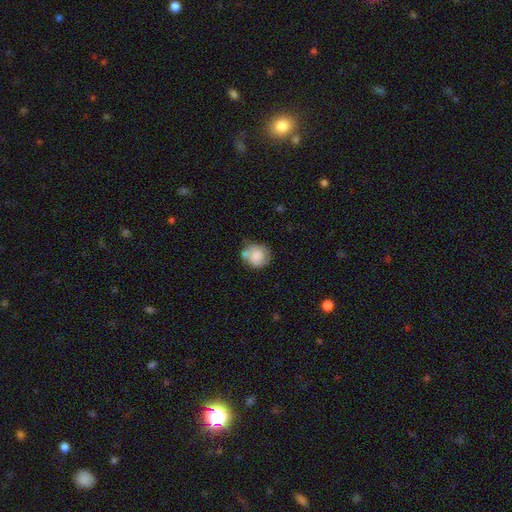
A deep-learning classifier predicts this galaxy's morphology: Q: Smooth or featured?
A: smooth (77%); runner-up: featured or disk (16%)
Q: How rounded?
A: round (84%); runner-up: in between (15%)
Q: Merging?
A: none (51%); runner-up: minor disturbance (23%)